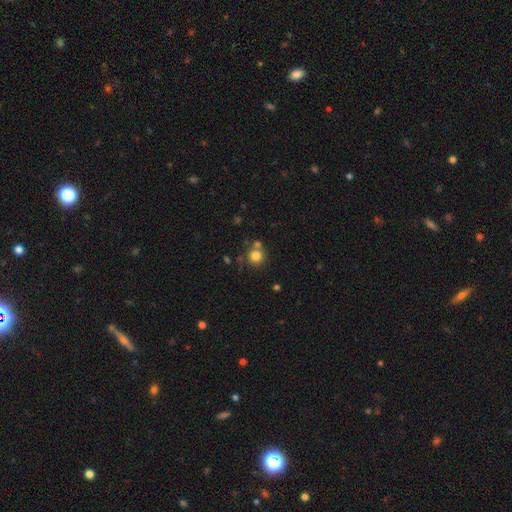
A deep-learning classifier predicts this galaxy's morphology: The model was most divided on "merging": none: 65%, merger: 21%, minor disturbance: 10%, major disturbance: 4%. More confident: how rounded — round (91%); smooth or featured — smooth (80%).